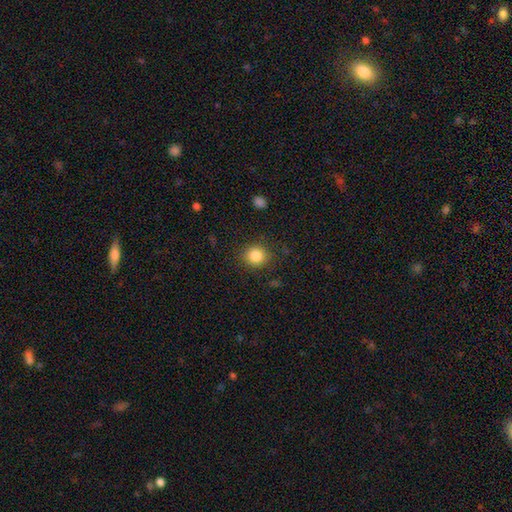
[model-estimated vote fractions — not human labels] This appears to be a smooth galaxy with no disk features (84%) that is round (83%). Merging: none (85%).